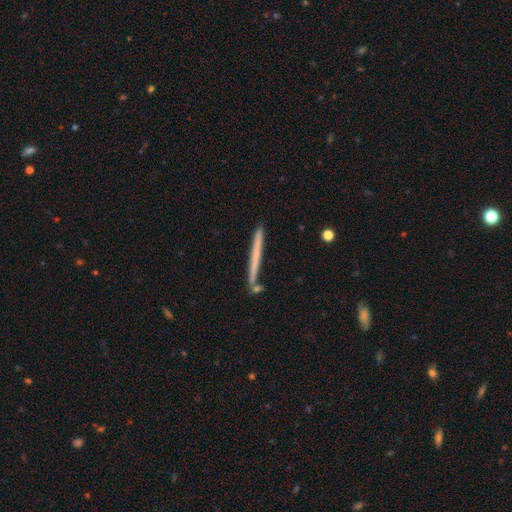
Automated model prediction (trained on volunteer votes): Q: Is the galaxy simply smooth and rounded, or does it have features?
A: smooth — 52%.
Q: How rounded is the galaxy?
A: cigar-shaped — 97%.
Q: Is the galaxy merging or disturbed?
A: none — 86%.